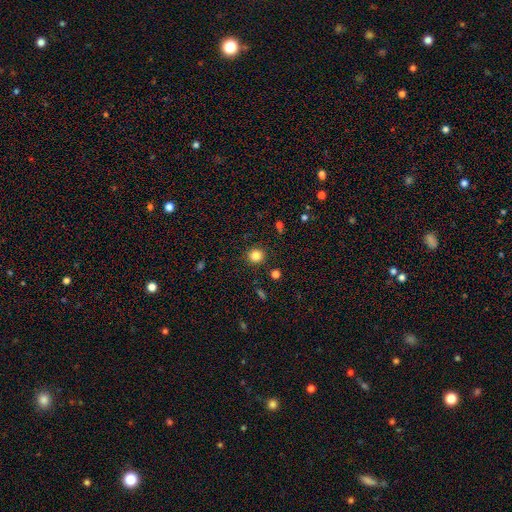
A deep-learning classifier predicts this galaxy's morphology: Smooth or featured?
  - smooth: 83% *
  - star or artifact: 12%
  - featured or disk: 5%
How rounded?
  - round: 92% *
  - in between: 7%
  - cigar-shaped: 1%
Merging?
  - none: 90% *
  - minor disturbance: 6%
  - major disturbance: 2%
  - merger: 2%